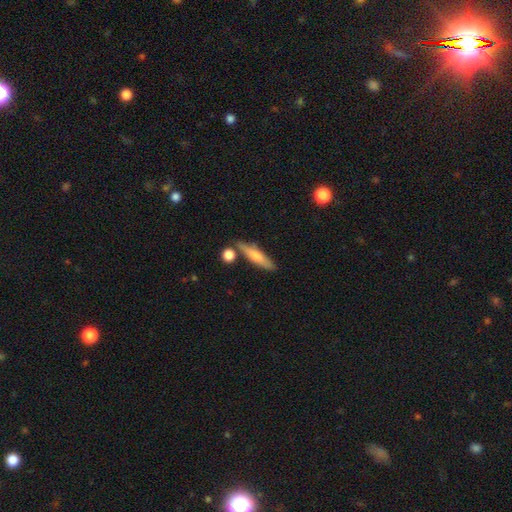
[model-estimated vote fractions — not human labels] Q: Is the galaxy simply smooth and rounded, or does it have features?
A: smooth — 66%.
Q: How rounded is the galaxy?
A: cigar-shaped — 75%.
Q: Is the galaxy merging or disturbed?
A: none — 74%.